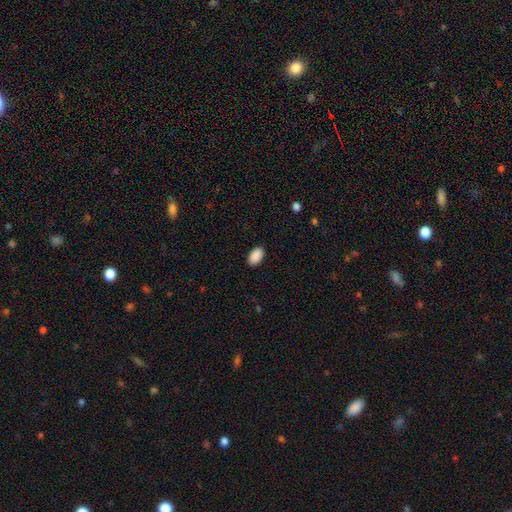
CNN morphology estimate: Smooth or featured?
  - smooth: 91% *
  - star or artifact: 7%
  - featured or disk: 3%
How rounded?
  - in between: 93% *
  - round: 5%
  - cigar-shaped: 1%
Merging?
  - none: 89% *
  - minor disturbance: 8%
  - major disturbance: 2%
  - merger: 1%